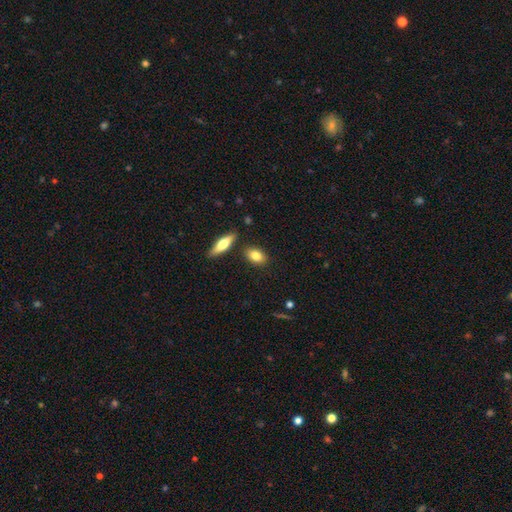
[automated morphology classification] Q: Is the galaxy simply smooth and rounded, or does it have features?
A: smooth — 81%.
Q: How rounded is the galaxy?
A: in between — 82%.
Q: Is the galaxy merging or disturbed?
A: none — 83%.